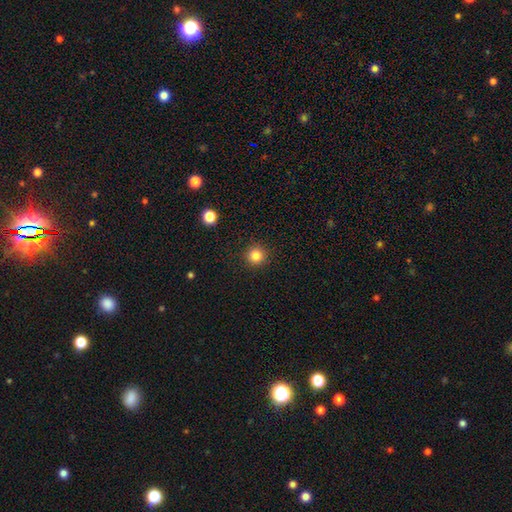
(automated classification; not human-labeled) Smooth or featured?
  - smooth: 83% *
  - star or artifact: 12%
  - featured or disk: 5%
How rounded?
  - round: 95% *
  - in between: 4%
  - cigar-shaped: 1%
Merging?
  - none: 92% *
  - minor disturbance: 5%
  - major disturbance: 2%
  - merger: 1%